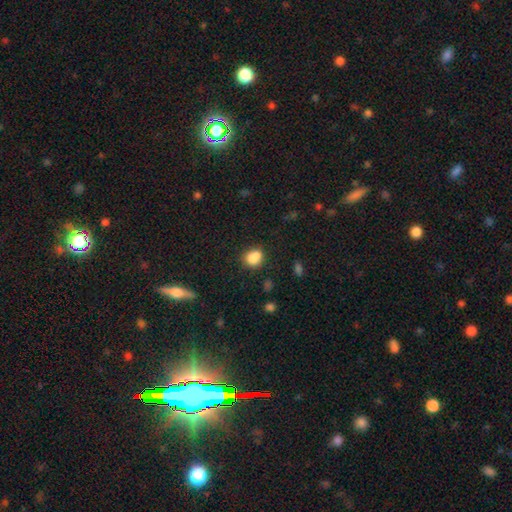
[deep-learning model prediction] This is clearly a smooth galaxy (85%). How rounded: possibly in between (51%). Merging: likely none (71%).